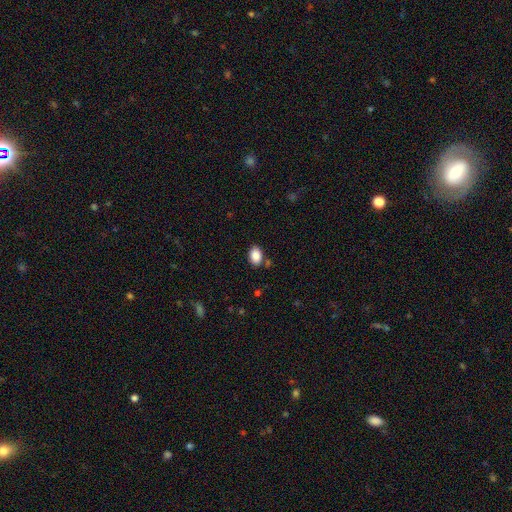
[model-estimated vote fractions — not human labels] This is clearly a smooth galaxy (88%). How rounded: clearly in between (85%). Merging: clearly none (82%).